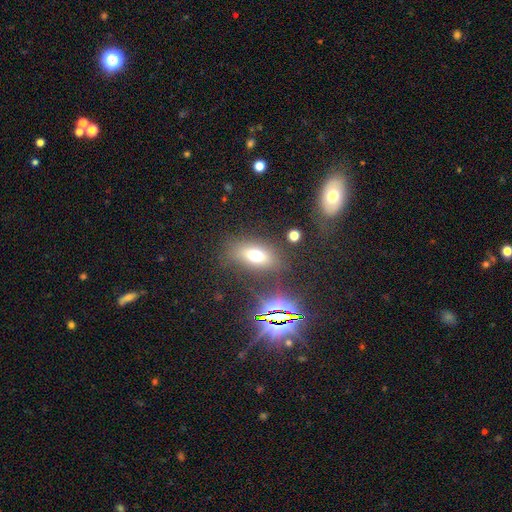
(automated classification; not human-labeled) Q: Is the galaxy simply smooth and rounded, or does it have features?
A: smooth — 61%.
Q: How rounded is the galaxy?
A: in between — 76%.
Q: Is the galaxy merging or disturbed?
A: none — 76%.